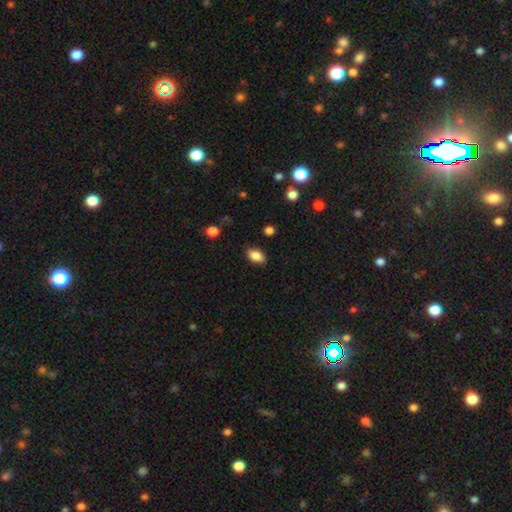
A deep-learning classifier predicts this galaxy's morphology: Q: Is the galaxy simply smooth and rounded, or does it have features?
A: smooth — 86%.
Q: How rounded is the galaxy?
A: in between — 86%.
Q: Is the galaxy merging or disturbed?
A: none — 86%.